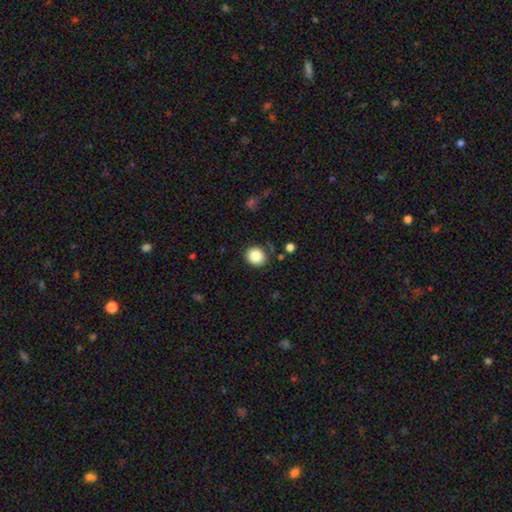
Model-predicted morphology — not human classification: This appears to be a smooth galaxy with no disk features (86%) that is round (84%). Merging: none (83%).